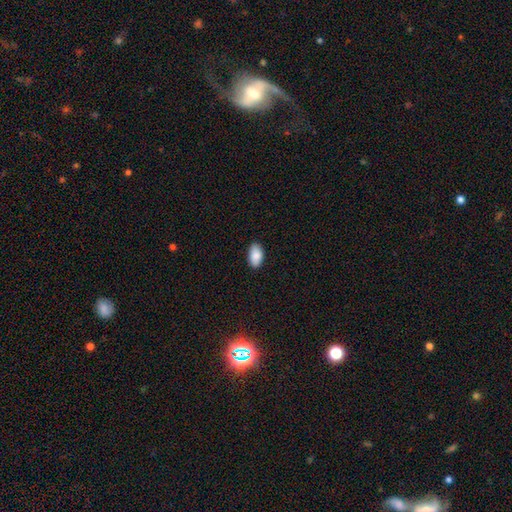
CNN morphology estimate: Smooth or featured: smooth — 87% (star or artifact — 7%)
How rounded: in between — 94% (round — 4%)
Merging: none — 86% (minor disturbance — 11%)